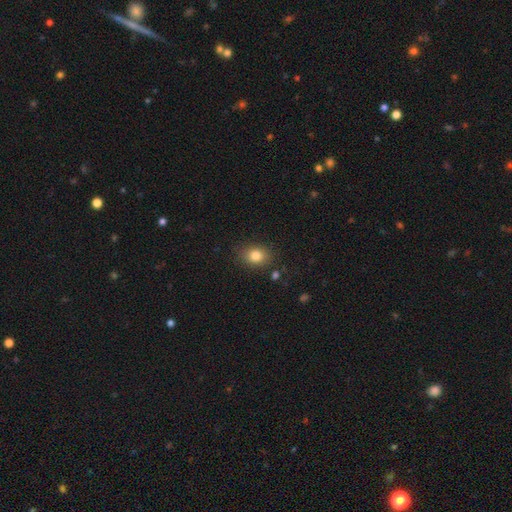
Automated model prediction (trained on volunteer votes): A smooth galaxy with no disk features (82%) that is in between round and cigar-shaped (59%).

Vote fractions:
- Smooth or featured? smooth: 82% / star or artifact: 11% / featured or disk: 7%
- How rounded? in between: 59% / round: 40% / cigar-shaped: 1%
- Merging? none: 83% / minor disturbance: 11% / major disturbance: 3% / merger: 2%